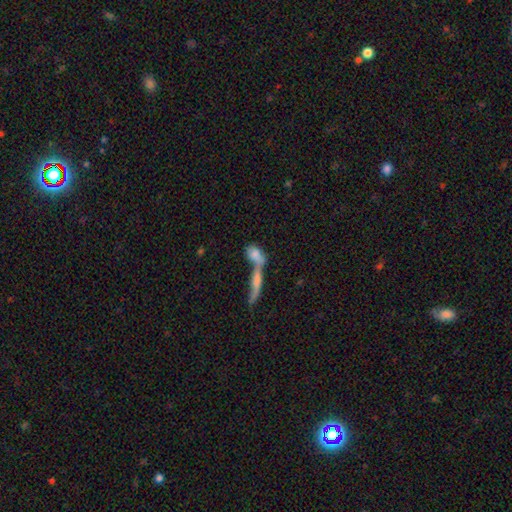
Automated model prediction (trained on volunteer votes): Overall: smooth (68%). How rounded: in between (58%; cigar-shaped 32%). Merging: merger (66%).